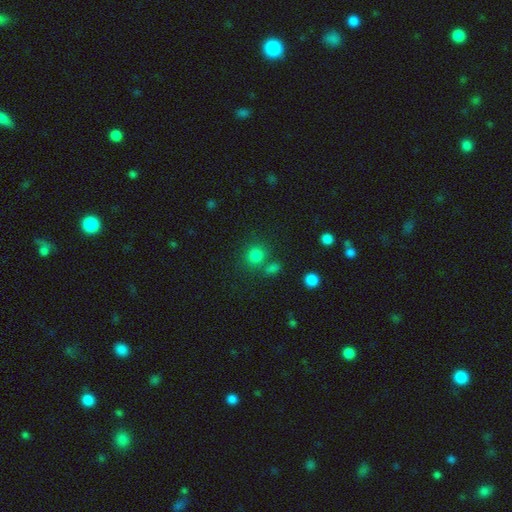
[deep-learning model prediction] Smooth or featured?
  - smooth: 81% *
  - star or artifact: 14%
  - featured or disk: 5%
How rounded?
  - round: 84% *
  - in between: 15%
  - cigar-shaped: 1%
Merging?
  - none: 68% *
  - merger: 18%
  - minor disturbance: 10%
  - major disturbance: 5%